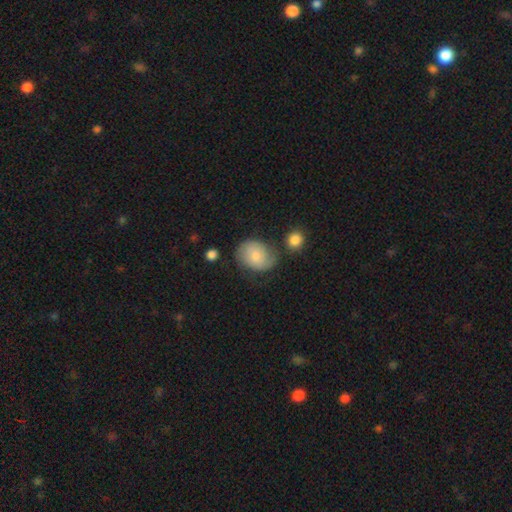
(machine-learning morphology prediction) Smooth or featured? Predicted: smooth (p=0.63). How rounded? Predicted: in between (p=0.57). Merging? Predicted: none (p=0.61).